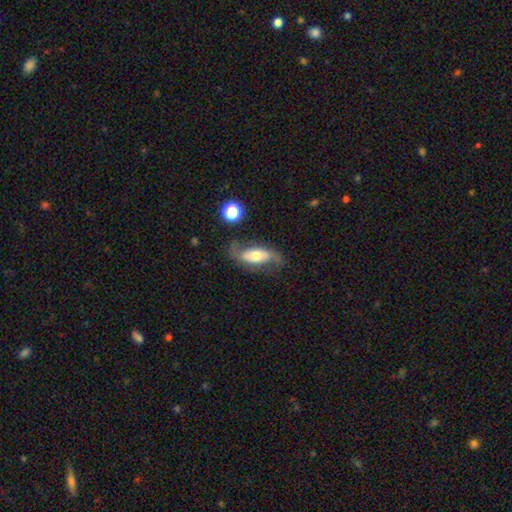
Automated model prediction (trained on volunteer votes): Overall: featured or disk (65%; smooth 27%). Edge-on disk: no (88%). Bar: no (50%; weak 29%). Spiral arms: yes (85%). Bulge size: moderate (57%; small 21%). Merging: none (63%).